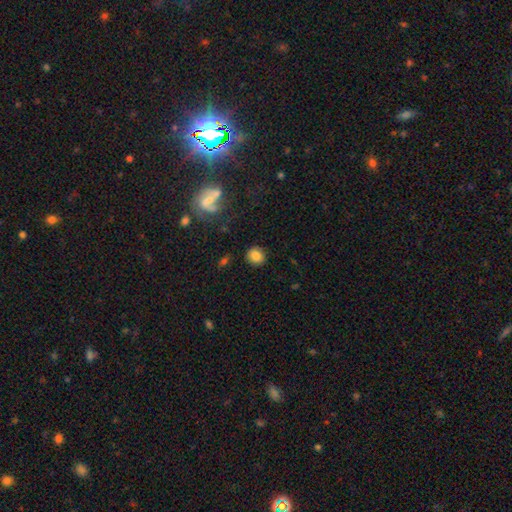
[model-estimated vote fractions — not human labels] Smooth or featured? smooth (81%)
How rounded? round (83%)
Merging? none (87%)